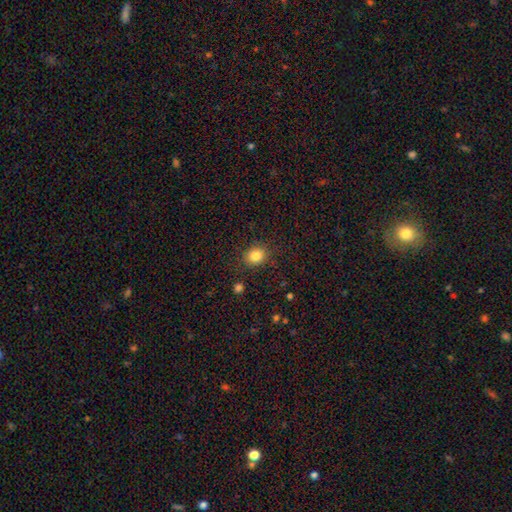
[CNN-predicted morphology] Smooth or featured?
  - smooth: 84% *
  - star or artifact: 11%
  - featured or disk: 6%
How rounded?
  - round: 63% *
  - in between: 37%
  - cigar-shaped: 1%
Merging?
  - none: 86% *
  - minor disturbance: 9%
  - major disturbance: 3%
  - merger: 2%